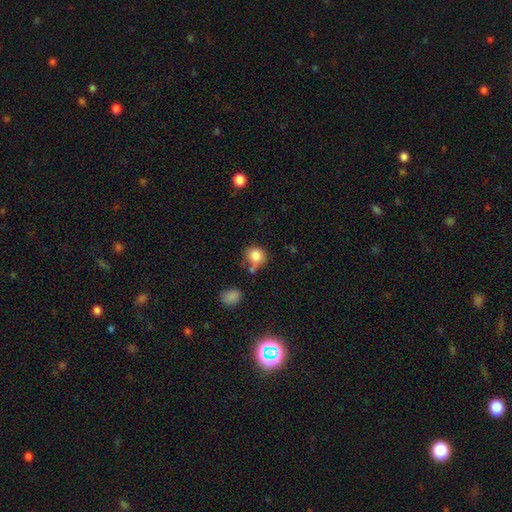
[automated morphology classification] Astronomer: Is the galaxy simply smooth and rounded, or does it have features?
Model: smooth — 82%.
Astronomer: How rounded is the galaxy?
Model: round — 71%.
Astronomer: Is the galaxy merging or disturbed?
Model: none — 55%.